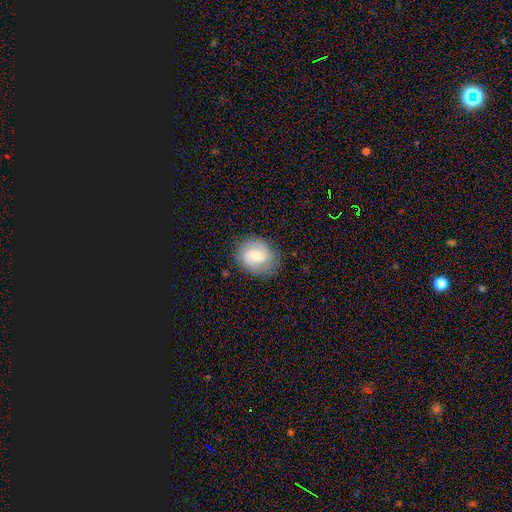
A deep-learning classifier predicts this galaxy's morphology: featured or disk 66%, smooth 27%, star or artifact 7%. Down the decision tree: edge-on disk — no (97%); bar — weak (52%); spiral arms — yes (91%); spiral arm count — 2 (83%); spiral winding — medium (48%); bulge size — small (48%); merging — none (82%).